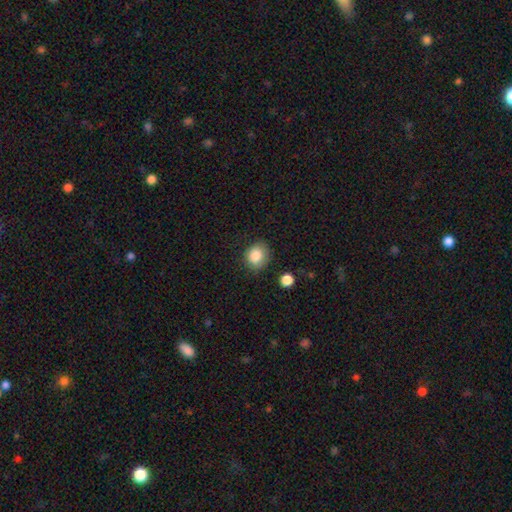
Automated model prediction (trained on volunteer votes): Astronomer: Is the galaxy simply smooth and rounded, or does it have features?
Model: smooth — 85%.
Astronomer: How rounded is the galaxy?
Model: round — 68%.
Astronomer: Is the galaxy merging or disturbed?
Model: none — 79%.